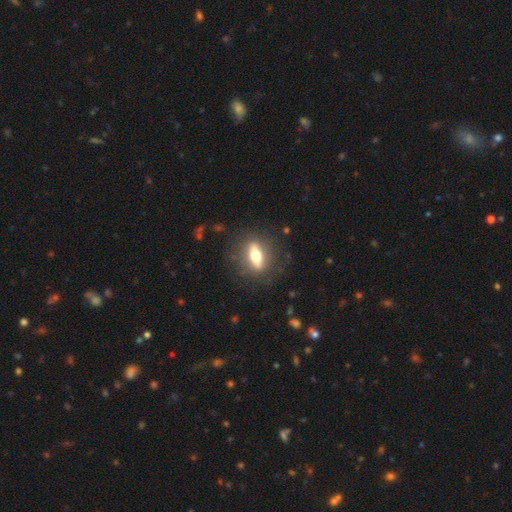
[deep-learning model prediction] This is possibly a smooth galaxy (51%). How rounded: possibly in between (55%). Merging: clearly none (84%).